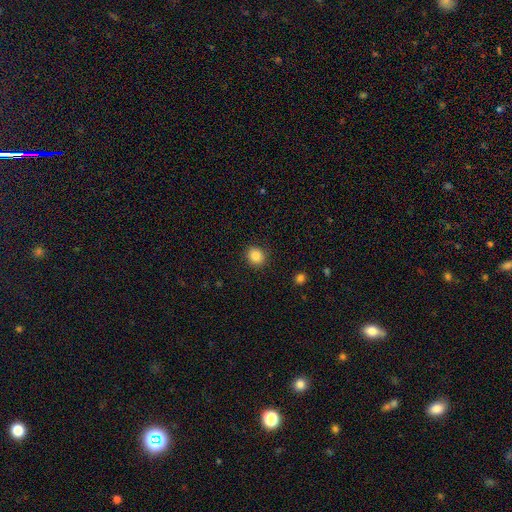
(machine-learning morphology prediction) Smooth or featured?
  - smooth: 86% *
  - star or artifact: 10%
  - featured or disk: 5%
How rounded?
  - round: 83% *
  - in between: 16%
  - cigar-shaped: 1%
Merging?
  - none: 91% *
  - minor disturbance: 6%
  - major disturbance: 2%
  - merger: 1%